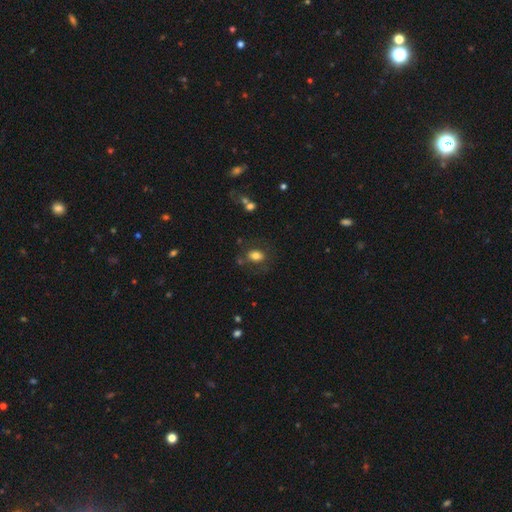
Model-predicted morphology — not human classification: Smooth or featured: smooth — 76% (featured or disk — 14%)
How rounded: in between — 73% (round — 26%)
Merging: none — 70% (minor disturbance — 16%)